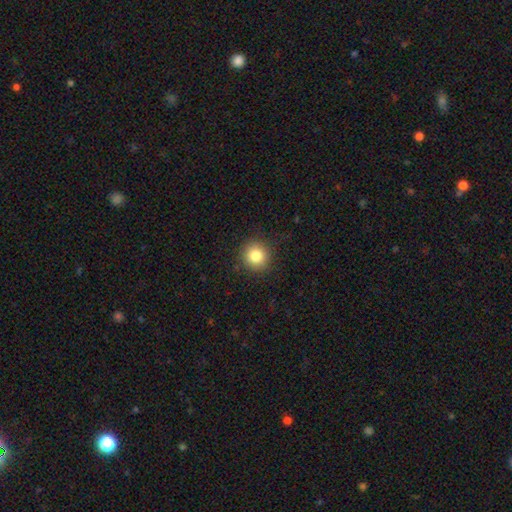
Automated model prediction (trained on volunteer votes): Smooth or featured? Predicted: smooth (p=0.83). How rounded? Predicted: round (p=0.93). Merging? Predicted: none (p=0.89).